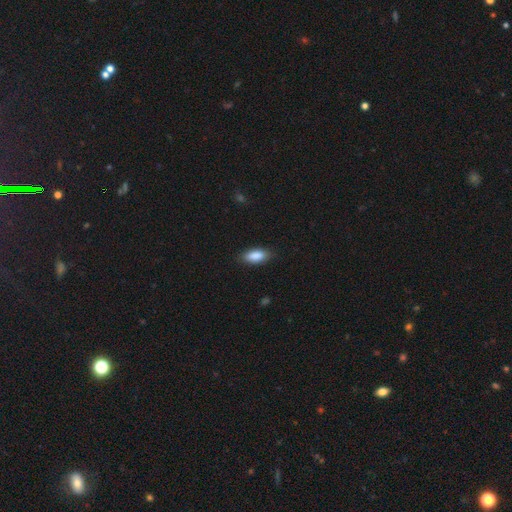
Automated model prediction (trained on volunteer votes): Smooth or featured: smooth — 88% (star or artifact — 7%)
How rounded: in between — 84% (cigar-shaped — 14%)
Merging: none — 85% (minor disturbance — 12%)